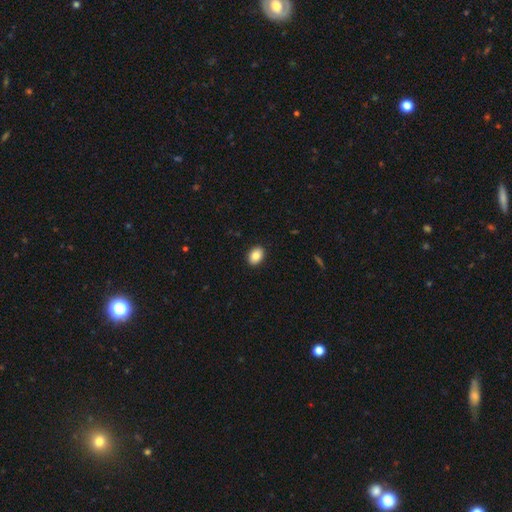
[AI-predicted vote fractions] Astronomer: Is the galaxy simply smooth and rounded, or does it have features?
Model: smooth — 85%.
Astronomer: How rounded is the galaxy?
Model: in between — 77%.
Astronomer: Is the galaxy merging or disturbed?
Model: none — 91%.